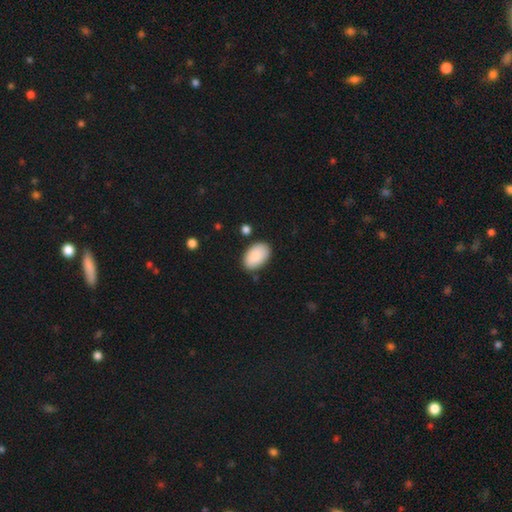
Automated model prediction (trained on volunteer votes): A smooth galaxy with no disk features (90%) that is in between round and cigar-shaped (94%).

Vote fractions:
- Smooth or featured? smooth: 90% / star or artifact: 6% / featured or disk: 4%
- How rounded? in between: 94% / round: 5% / cigar-shaped: 1%
- Merging? none: 81% / minor disturbance: 13% / major disturbance: 3% / merger: 3%